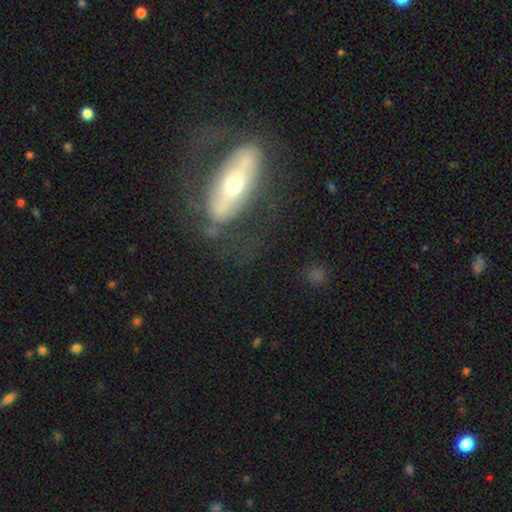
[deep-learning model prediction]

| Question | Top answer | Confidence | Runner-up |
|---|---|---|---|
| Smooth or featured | featured or disk | 66% | smooth (27%) |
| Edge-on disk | no | 74% | yes (26%) |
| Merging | none | 66% | major disturbance (17%) |